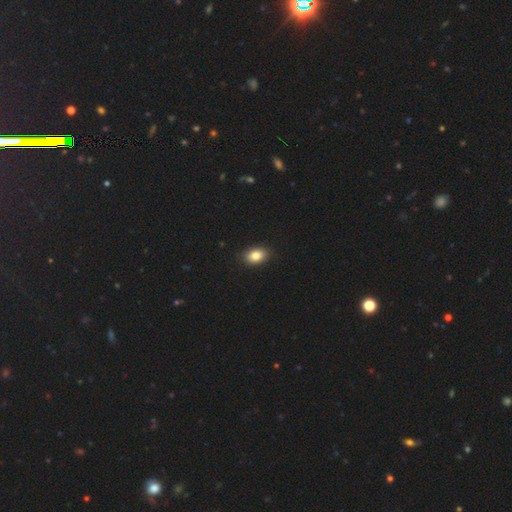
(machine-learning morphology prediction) This is clearly a smooth galaxy (85%). How rounded: clearly in between (84%). Merging: clearly none (90%).